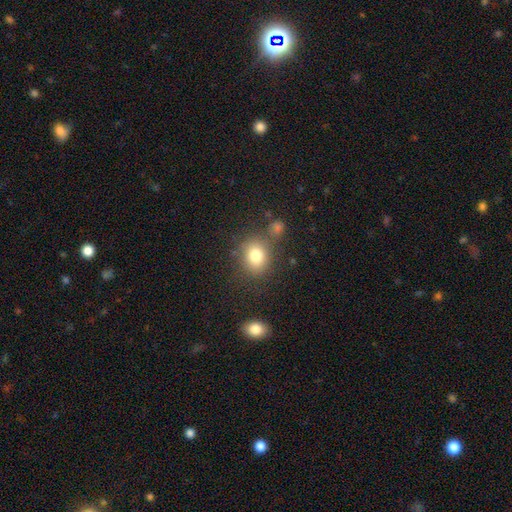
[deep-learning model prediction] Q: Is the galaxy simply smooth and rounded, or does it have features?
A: smooth — 80%.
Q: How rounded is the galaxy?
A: round — 65%.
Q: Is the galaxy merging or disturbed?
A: none — 72%.